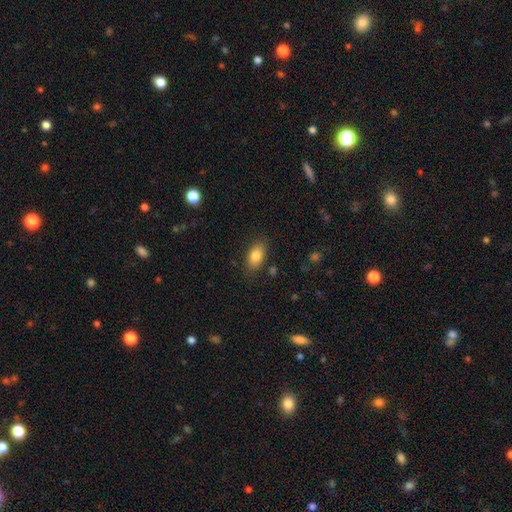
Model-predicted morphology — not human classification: Smooth or featured? Predicted: smooth (p=0.82). How rounded? Predicted: in between (p=0.89). Merging? Predicted: none (p=0.83).